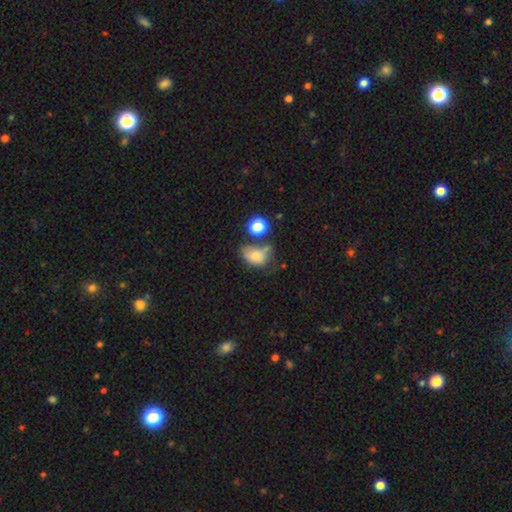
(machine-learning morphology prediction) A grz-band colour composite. It shows a smooth galaxy with no disk features (74%) that is in between round and cigar-shaped (74%). Merging: none (36%).